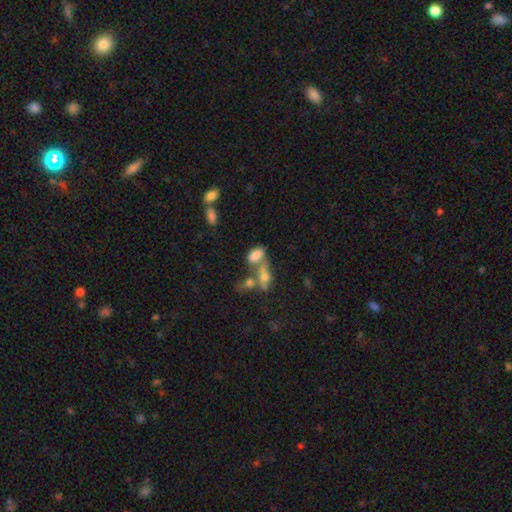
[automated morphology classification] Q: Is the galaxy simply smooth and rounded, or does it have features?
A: smooth — 72%.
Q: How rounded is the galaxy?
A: in between — 88%.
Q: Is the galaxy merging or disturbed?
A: merger — 48%.